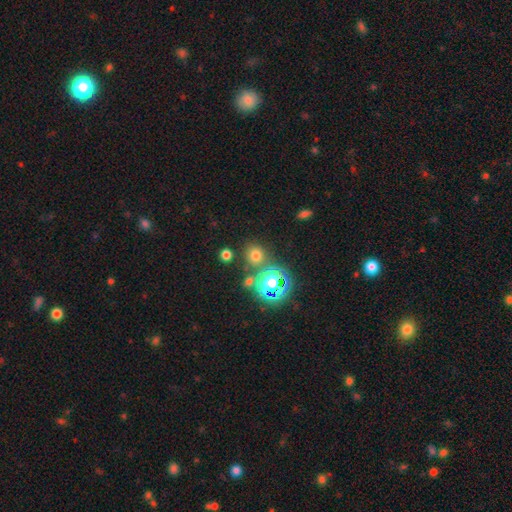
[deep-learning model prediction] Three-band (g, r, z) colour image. It shows a smooth galaxy with no disk features (65%) that is round (86%). Merging: none (76%).